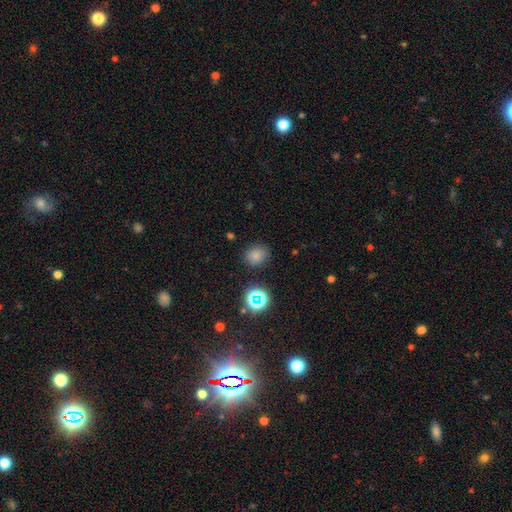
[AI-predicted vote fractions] Smooth or featured: smooth — 77% (star or artifact — 18%)
How rounded: round — 68% (in between — 31%)
Merging: none — 84% (minor disturbance — 10%)